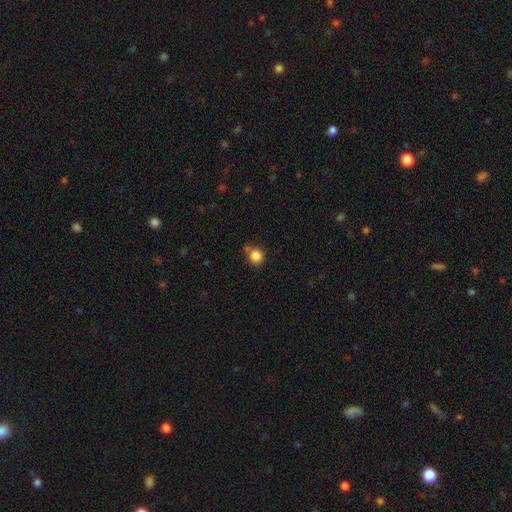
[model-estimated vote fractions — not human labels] smooth-or-featured: smooth: 84% | star or artifact: 11% | featured or disk: 5%
  how-rounded: round: 86% | in between: 13% | cigar-shaped: 1%
  merging: none: 66% | minor disturbance: 21% | merger: 7% | major disturbance: 5%